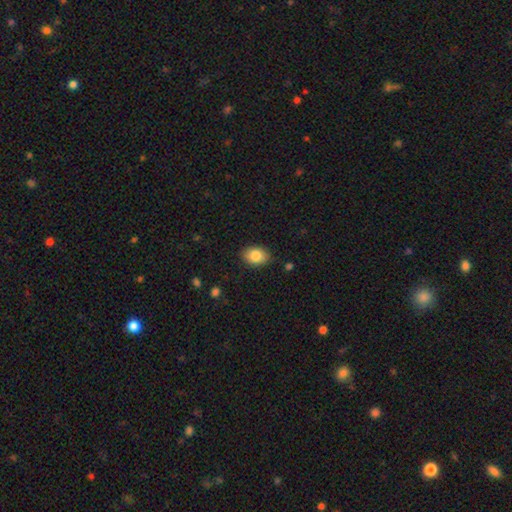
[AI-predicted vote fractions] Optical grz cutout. It shows a smooth galaxy with no disk features (84%) that is in between round and cigar-shaped (79%). Merging: none (85%).